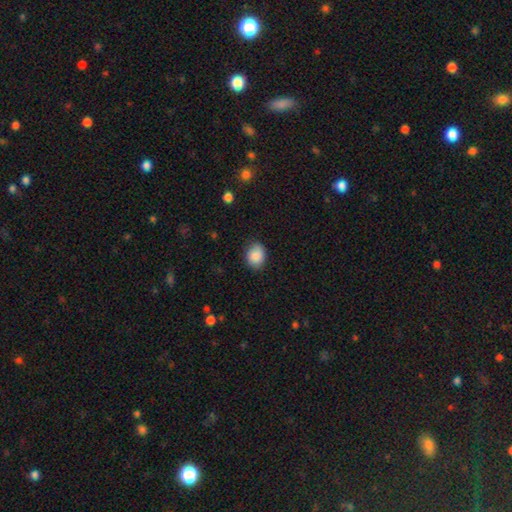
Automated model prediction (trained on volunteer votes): Smooth or featured: smooth — 87% (star or artifact — 8%)
How rounded: in between — 52% (round — 48%)
Merging: none — 79% (minor disturbance — 16%)